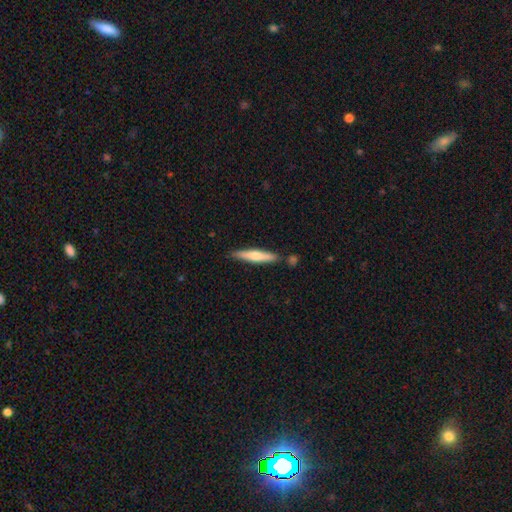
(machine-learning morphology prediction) This is possibly a smooth galaxy (56%). How rounded: clearly cigar-shaped (91%). Merging: clearly none (82%).